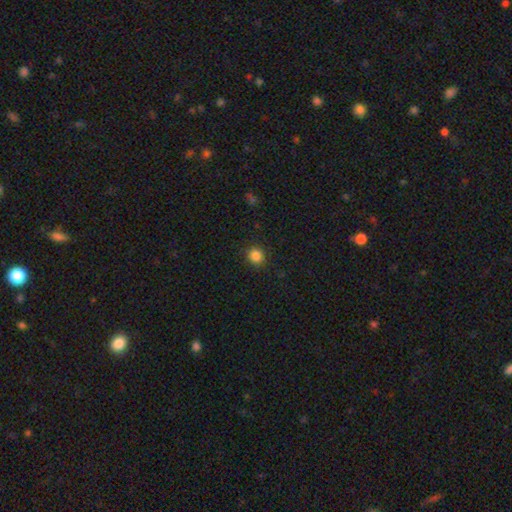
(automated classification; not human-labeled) smooth_or_featured: smooth (p=0.85) [alt: star or artifact p=0.12]
how_rounded: round (p=0.89) [alt: in between p=0.10]
merging: none (p=0.89) [alt: minor disturbance p=0.08]